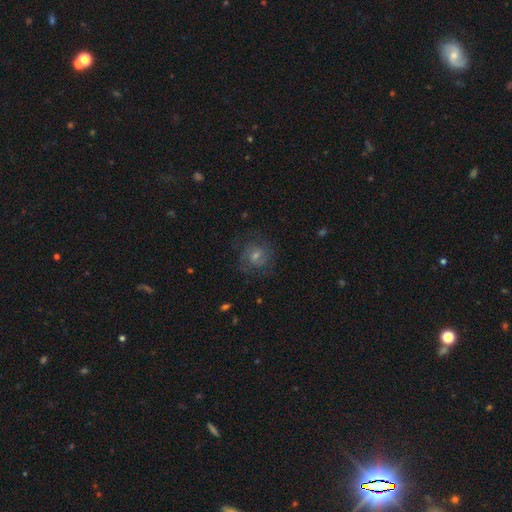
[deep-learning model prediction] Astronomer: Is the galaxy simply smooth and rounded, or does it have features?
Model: featured or disk — 54%.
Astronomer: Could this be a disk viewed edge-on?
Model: no — 97%.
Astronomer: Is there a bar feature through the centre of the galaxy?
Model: no — 55% (runner-up: weak, 38%).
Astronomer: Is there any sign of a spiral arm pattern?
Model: yes — 87%.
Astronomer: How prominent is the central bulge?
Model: moderate — 46% (runner-up: small, 43%).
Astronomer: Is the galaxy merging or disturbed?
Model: none — 77%.